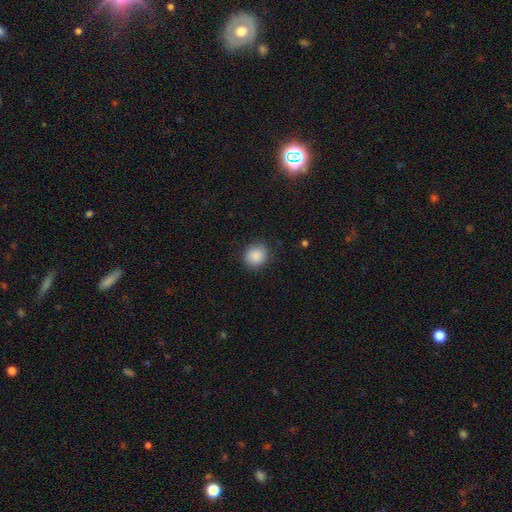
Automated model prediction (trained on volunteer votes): smooth_or_featured: smooth (p=0.88) [alt: star or artifact p=0.08]
how_rounded: round (p=0.86) [alt: in between p=0.13]
merging: none (p=0.86) [alt: minor disturbance p=0.10]